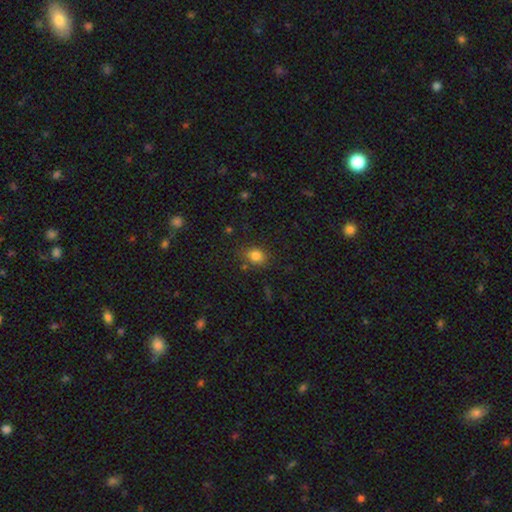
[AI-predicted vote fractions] smooth_or_featured: smooth (p=0.81) [alt: star or artifact p=0.13]
how_rounded: round (p=0.56) [alt: in between p=0.43]
merging: none (p=0.77) [alt: minor disturbance p=0.15]